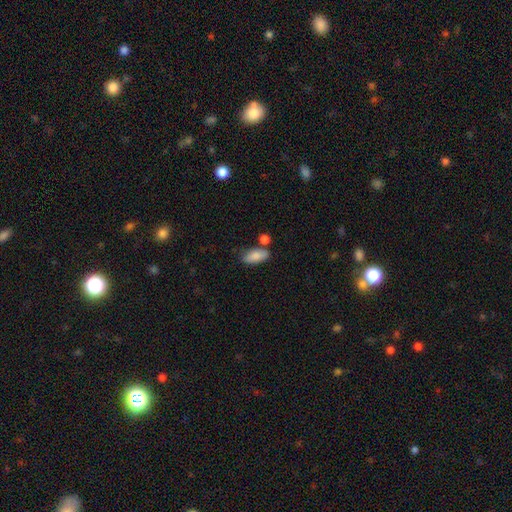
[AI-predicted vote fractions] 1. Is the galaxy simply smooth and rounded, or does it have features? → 86% smooth, 8% featured or disk, 7% star or artifact.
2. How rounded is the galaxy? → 86% in between, 11% cigar-shaped, 3% round.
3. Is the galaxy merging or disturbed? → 65% none, 17% minor disturbance, 14% merger, 4% major disturbance.